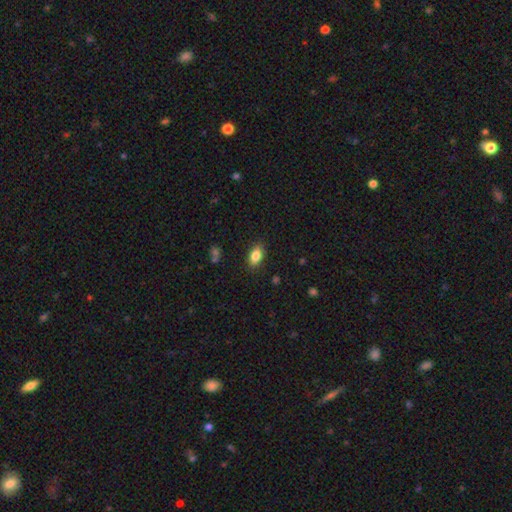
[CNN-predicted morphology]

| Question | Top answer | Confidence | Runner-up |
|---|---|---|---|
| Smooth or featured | smooth | 85% | star or artifact (8%) |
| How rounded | in between | 90% | round (6%) |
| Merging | none | 87% | minor disturbance (10%) |